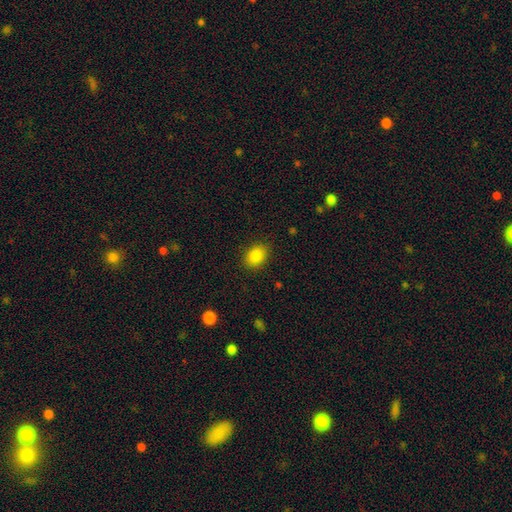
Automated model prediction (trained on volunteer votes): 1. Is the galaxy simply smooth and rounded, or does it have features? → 86% smooth, 10% star or artifact, 4% featured or disk.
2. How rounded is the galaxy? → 61% in between, 38% round, 1% cigar-shaped.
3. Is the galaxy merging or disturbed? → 87% none, 9% minor disturbance, 3% major disturbance, 1% merger.